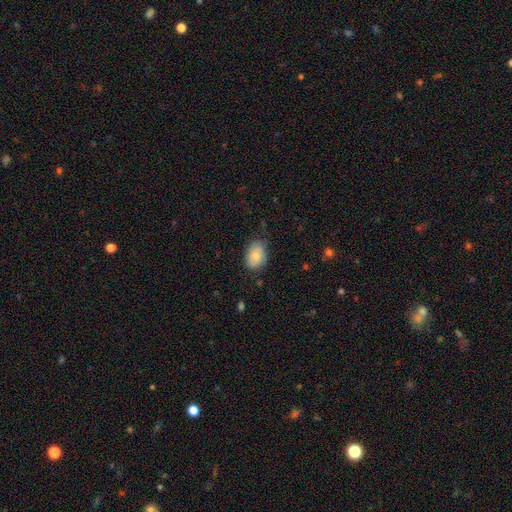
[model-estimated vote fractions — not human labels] Morphology: type=smooth (78%); roundness=in between (80%); merging=none (69%).